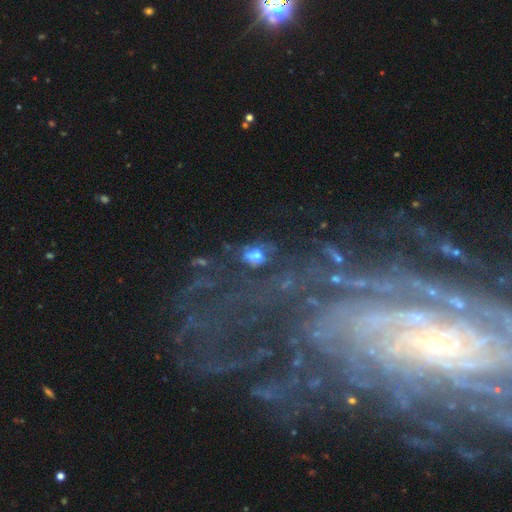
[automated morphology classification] Overall: featured or disk (36%; smooth 35%). Merging: none (40%; major disturbance 25%).